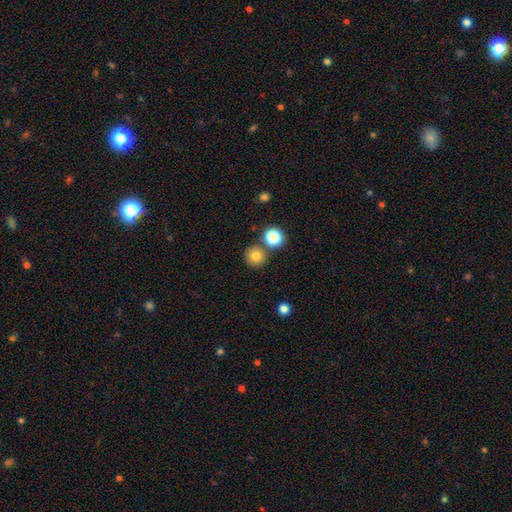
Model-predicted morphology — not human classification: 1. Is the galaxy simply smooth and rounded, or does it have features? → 79% smooth, 15% star or artifact, 7% featured or disk.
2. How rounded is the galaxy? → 94% round, 5% in between, 1% cigar-shaped.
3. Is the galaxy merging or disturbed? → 78% none, 13% merger, 7% minor disturbance, 2% major disturbance.